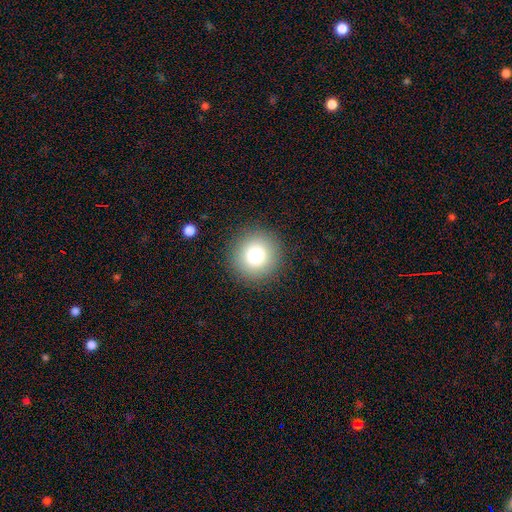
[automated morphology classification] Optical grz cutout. It shows a smooth galaxy with no disk features (79%) that is round (95%). Merging: none (91%).